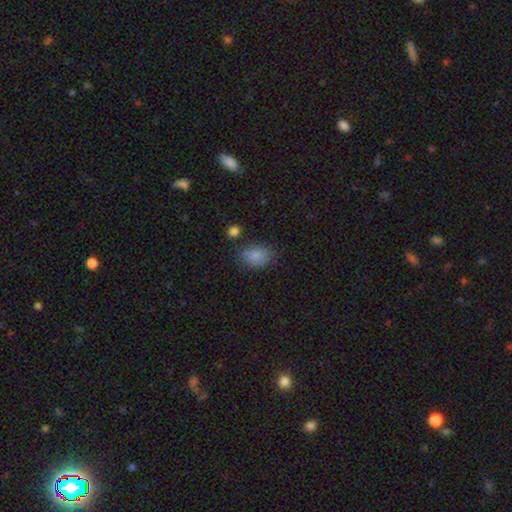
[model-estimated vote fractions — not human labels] Smooth or featured? smooth (84%)
How rounded? in between (79%)
Merging? none (70%)